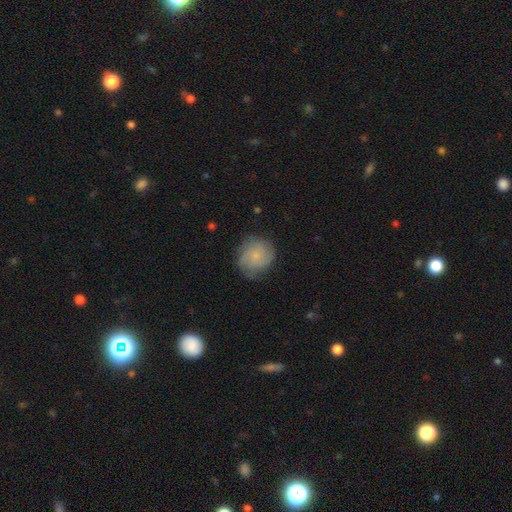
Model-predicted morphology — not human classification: Q: Smooth or featured?
A: featured or disk (51%); runner-up: smooth (40%)
Q: Edge-on disk?
A: no (98%); runner-up: yes (2%)
Q: Bar?
A: no (81%); runner-up: weak (17%)
Q: Spiral arms?
A: yes (88%); runner-up: no (12%)
Q: Bulge size?
A: small (73%); runner-up: moderate (13%)
Q: Merging?
A: none (75%); runner-up: minor disturbance (18%)